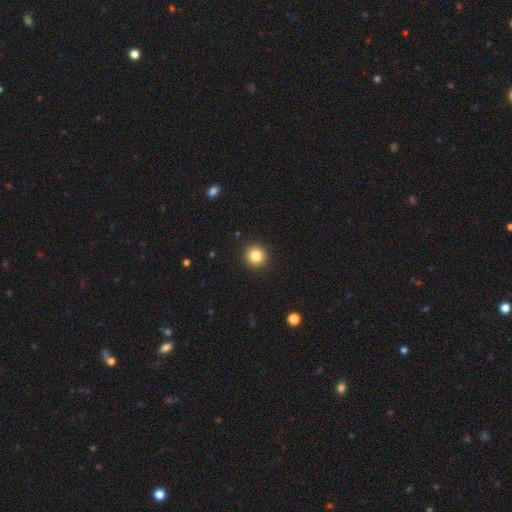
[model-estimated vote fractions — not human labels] Morphology: type=smooth (84%); roundness=round (94%); merging=none (92%).